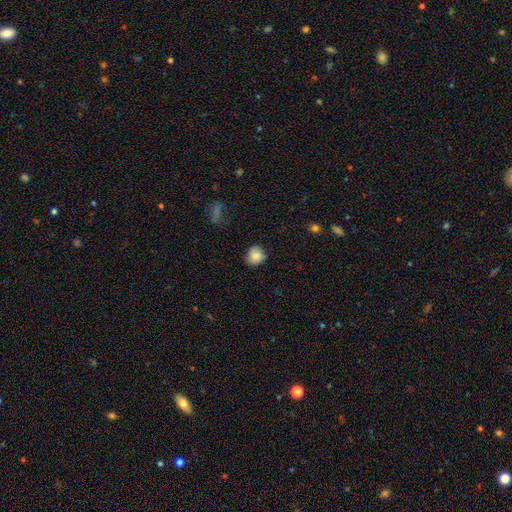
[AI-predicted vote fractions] smooth_or_featured: smooth (p=0.84) [alt: star or artifact p=0.09]
how_rounded: round (p=0.85) [alt: in between p=0.14]
merging: none (p=0.81) [alt: minor disturbance p=0.15]